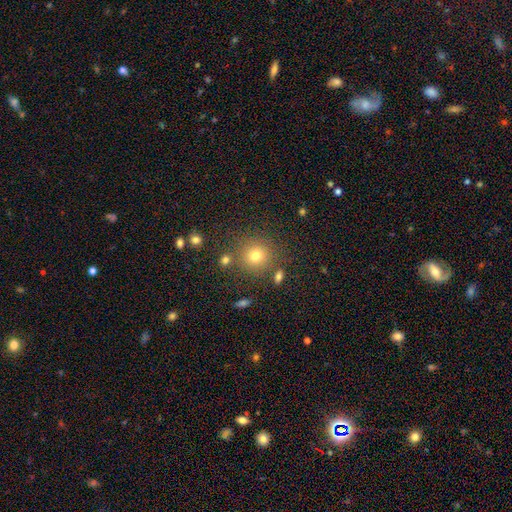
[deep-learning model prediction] Smooth or featured? Predicted: smooth (p=0.76). How rounded? Predicted: round (p=0.91). Merging? Predicted: none (p=0.80).